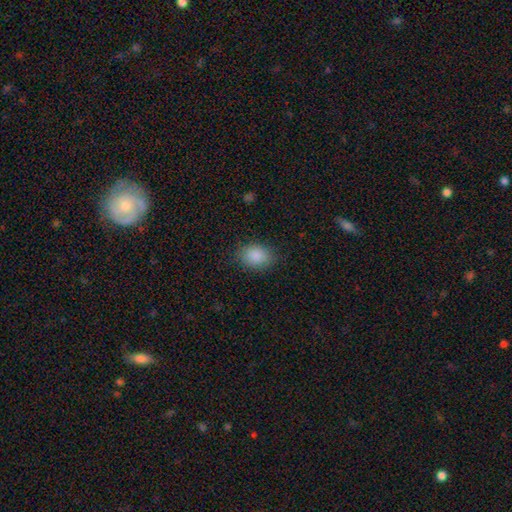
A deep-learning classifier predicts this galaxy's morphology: Overall: smooth (88%). How rounded: in between (65%; round 34%). Merging: none (84%).